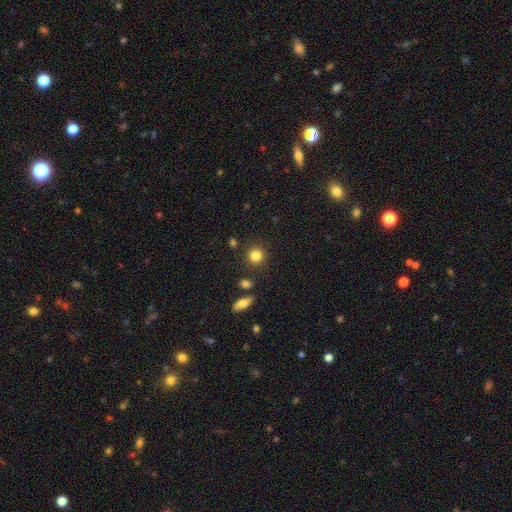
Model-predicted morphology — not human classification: Smooth or featured: smooth — 84% (star or artifact — 10%)
How rounded: round — 89% (in between — 10%)
Merging: none — 85% (minor disturbance — 8%)